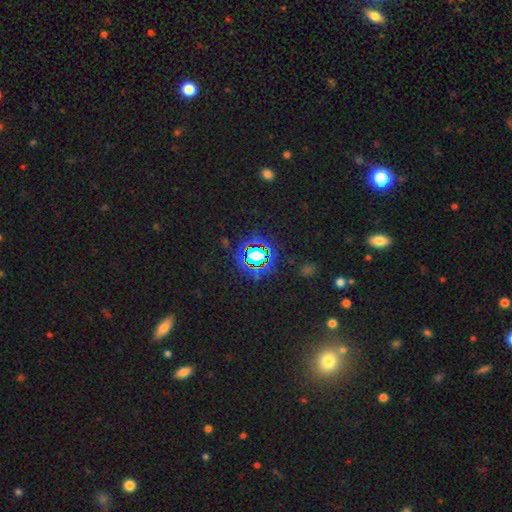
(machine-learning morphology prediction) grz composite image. It shows a star or artifact, not a galaxy (76%).